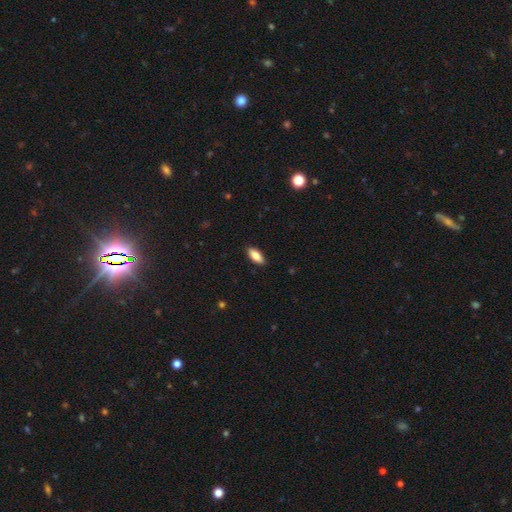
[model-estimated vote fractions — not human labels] Smooth or featured: smooth — 84% (featured or disk — 10%)
How rounded: in between — 84% (cigar-shaped — 14%)
Merging: none — 88% (minor disturbance — 9%)